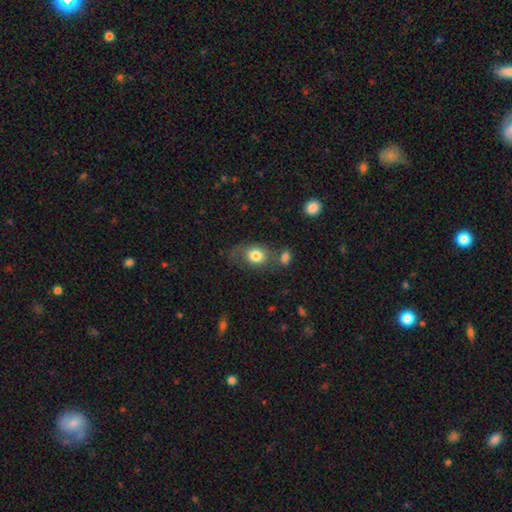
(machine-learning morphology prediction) This is clearly a smooth galaxy (80%). How rounded: possibly in between (56%). Merging: possibly none (51%).